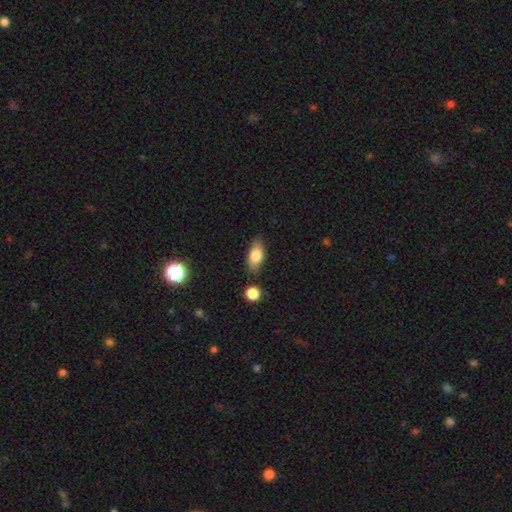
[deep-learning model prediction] The model was most divided on "merging": none: 77%, minor disturbance: 15%, merger: 5%, major disturbance: 3%. More confident: how rounded — in between (86%); smooth or featured — smooth (79%).